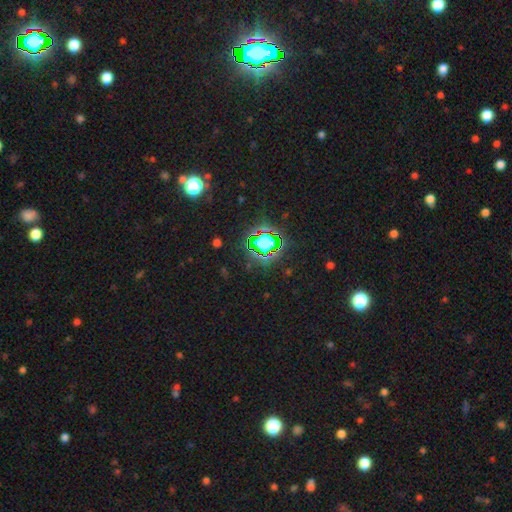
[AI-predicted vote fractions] Q: Smooth or featured?
A: star or artifact (82%); runner-up: smooth (11%)